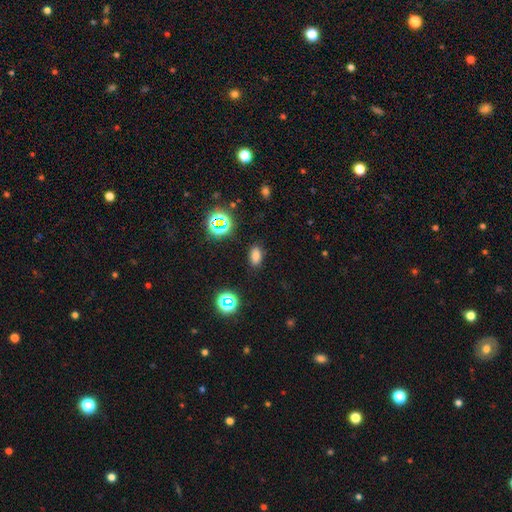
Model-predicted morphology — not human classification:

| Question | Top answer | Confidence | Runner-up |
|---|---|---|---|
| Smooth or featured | smooth | 75% | star or artifact (20%) |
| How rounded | in between | 88% | round (10%) |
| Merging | none | 86% | minor disturbance (10%) |